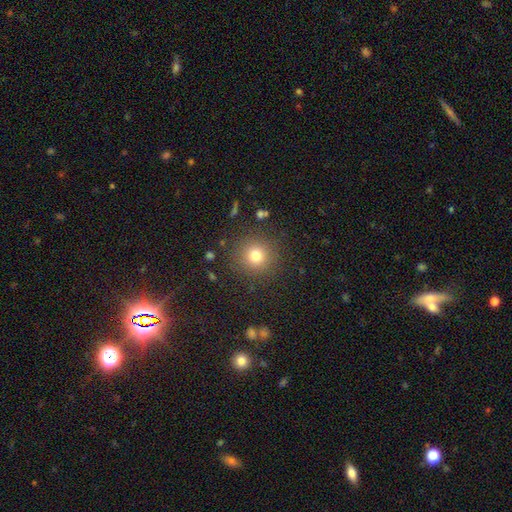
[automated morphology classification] Smooth or featured?
  - smooth: 77% *
  - star or artifact: 15%
  - featured or disk: 8%
How rounded?
  - round: 94% *
  - in between: 5%
  - cigar-shaped: 1%
Merging?
  - none: 88% *
  - minor disturbance: 7%
  - major disturbance: 3%
  - merger: 2%